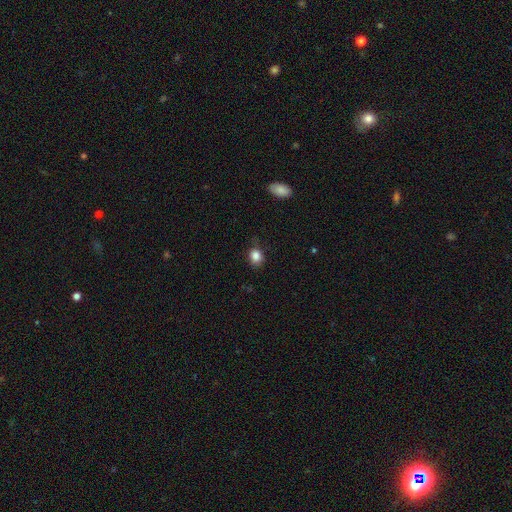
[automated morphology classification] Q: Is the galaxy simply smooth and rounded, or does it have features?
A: smooth — 85%.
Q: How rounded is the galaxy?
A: round — 57%.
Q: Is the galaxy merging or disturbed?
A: none — 72%.